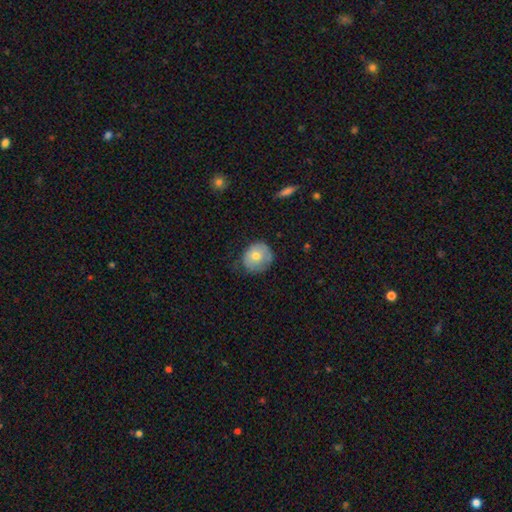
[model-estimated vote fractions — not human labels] This appears to be a smooth galaxy with no disk features (71%) that is round (78%). Merging: none (60%).